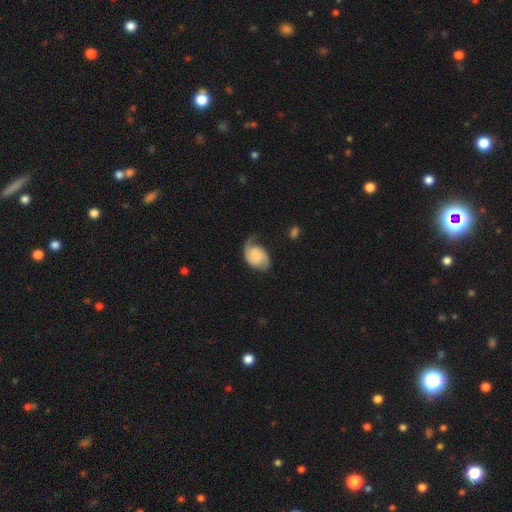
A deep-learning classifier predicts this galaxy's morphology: Q: Smooth or featured?
A: featured or disk (71%); runner-up: smooth (22%)
Q: Edge-on disk?
A: no (98%); runner-up: yes (2%)
Q: Bar?
A: no (66%); runner-up: weak (28%)
Q: Spiral arms?
A: yes (95%); runner-up: no (5%)
Q: Spiral winding?
A: medium (42%); runner-up: tight (30%)
Q: Spiral arm count?
A: 2 (82%); runner-up: 1 (10%)
Q: Bulge size?
A: none (40%); runner-up: small (34%)
Q: Merging?
A: none (54%); runner-up: minor disturbance (28%)